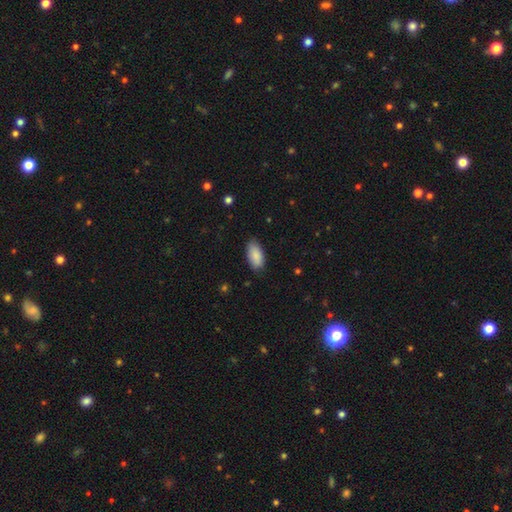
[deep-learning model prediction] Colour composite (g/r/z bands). It shows a smooth galaxy with no disk features (88%) that is in between round and cigar-shaped (93%). Merging: none (81%).